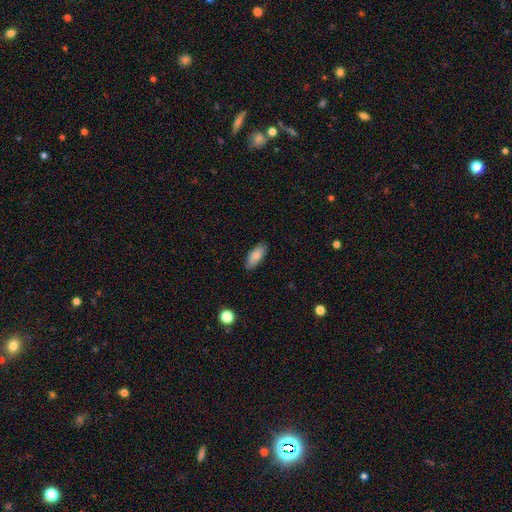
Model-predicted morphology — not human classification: A smooth galaxy with no disk features (85%) that is in between round and cigar-shaped (84%).

Vote fractions:
- Smooth or featured? smooth: 85% / featured or disk: 8% / star or artifact: 7%
- How rounded? in between: 84% / cigar-shaped: 14% / round: 2%
- Merging? none: 85% / minor disturbance: 12% / major disturbance: 2% / merger: 1%